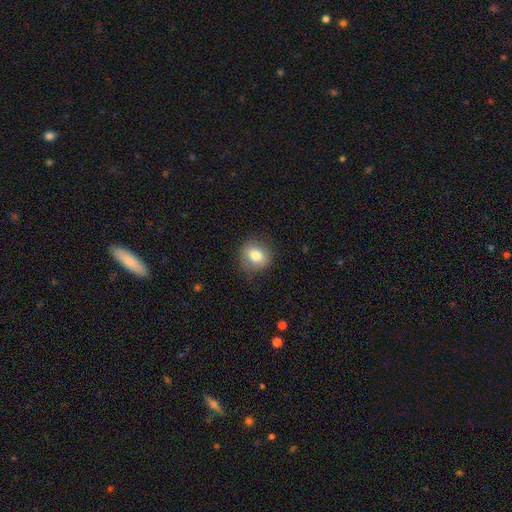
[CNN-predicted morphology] Overall: smooth (80%). How rounded: round (76%). Merging: none (81%).